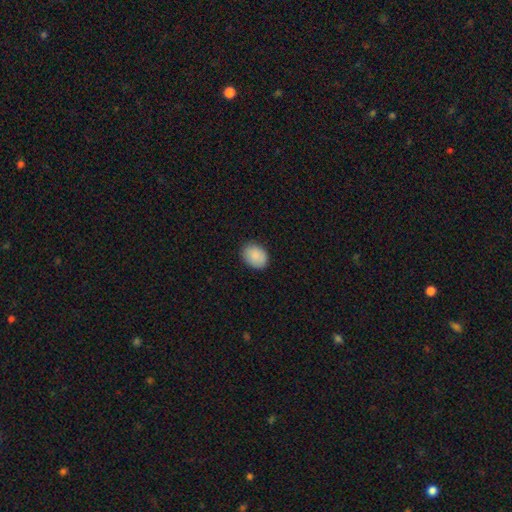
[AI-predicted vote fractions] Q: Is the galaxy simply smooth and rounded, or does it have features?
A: smooth — 89%.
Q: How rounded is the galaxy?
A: in between — 65%.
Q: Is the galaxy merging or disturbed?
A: none — 86%.